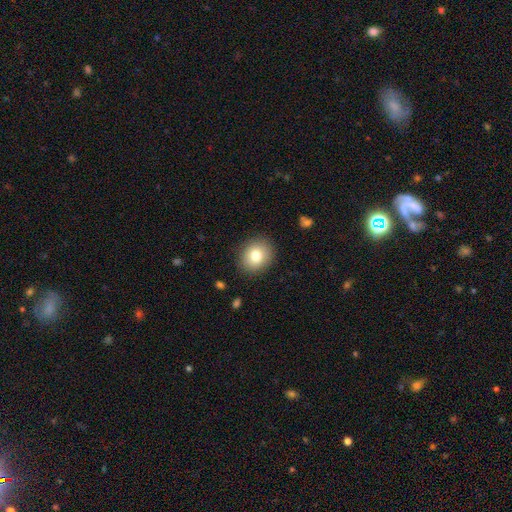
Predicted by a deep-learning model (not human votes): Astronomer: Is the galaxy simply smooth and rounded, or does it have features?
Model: smooth — 79%.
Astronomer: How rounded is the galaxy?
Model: round — 67%.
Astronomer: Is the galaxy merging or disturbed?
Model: none — 88%.